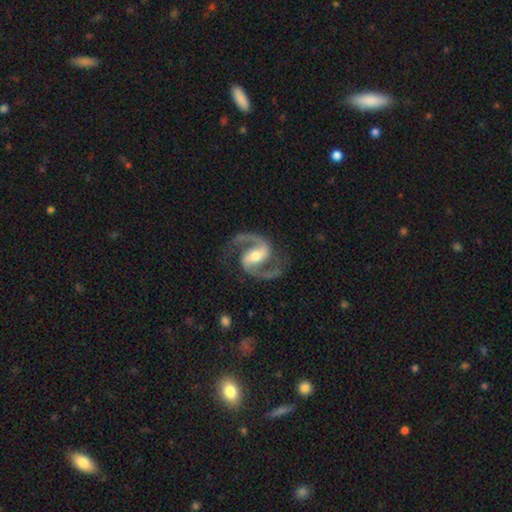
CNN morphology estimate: A featured or disk galaxy (94%) with a strong bar (41%), 2 (95%) medium (68%) spiral arms (98%) and a moderate central bulge (66%). Merging: none (82%).